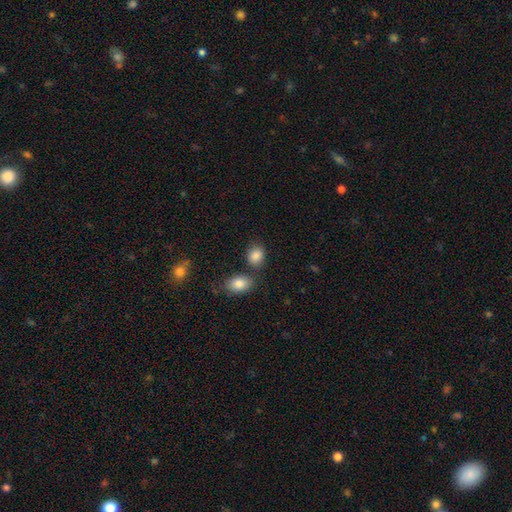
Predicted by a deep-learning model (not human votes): Smooth or featured: smooth — 87% (star or artifact — 8%)
How rounded: in between — 64% (round — 35%)
Merging: none — 66% (merger — 17%)